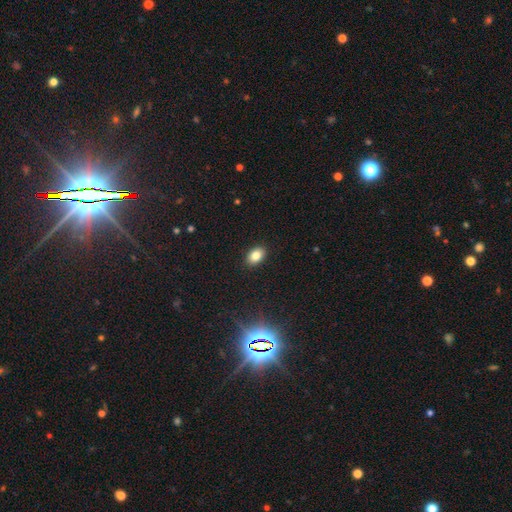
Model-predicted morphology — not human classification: This appears to be a smooth galaxy with no disk features (82%) that is in between round and cigar-shaped (82%). Merging: none (90%).